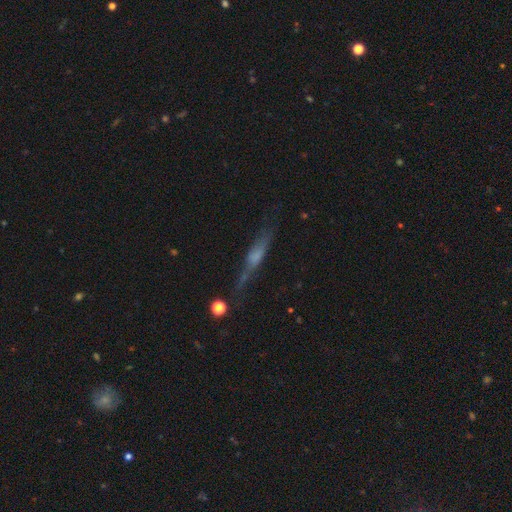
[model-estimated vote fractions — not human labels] smooth_or_featured: featured or disk (p=0.50) [alt: smooth p=0.38]
merging: none (p=0.56) [alt: minor disturbance p=0.24]